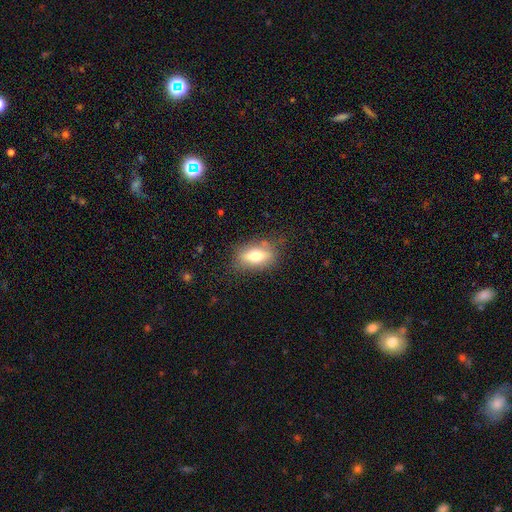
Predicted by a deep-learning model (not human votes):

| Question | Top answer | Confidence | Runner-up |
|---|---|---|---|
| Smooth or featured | smooth | 66% | featured or disk (26%) |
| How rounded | in between | 81% | round (10%) |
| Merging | none | 76% | minor disturbance (16%) |